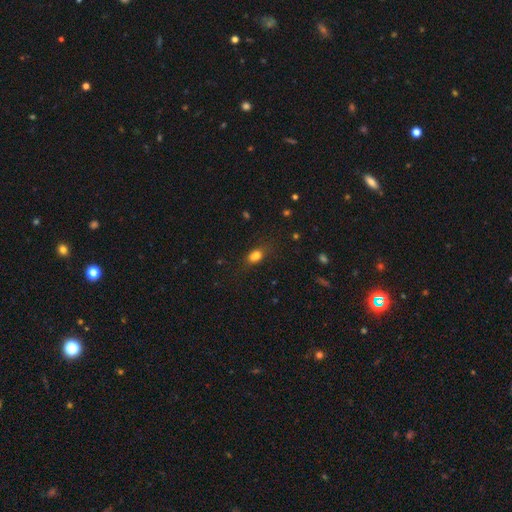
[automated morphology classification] This is likely a smooth galaxy (78%). How rounded: likely in between (74%). Merging: likely none (61%).